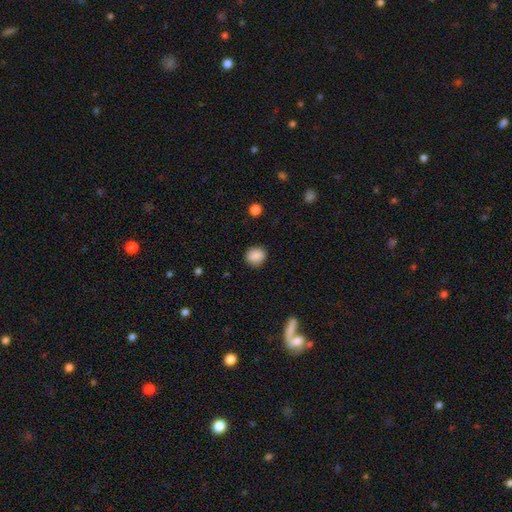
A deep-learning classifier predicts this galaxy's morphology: Smooth or featured?
  - smooth: 88% *
  - star or artifact: 8%
  - featured or disk: 4%
How rounded?
  - round: 75% *
  - in between: 24%
  - cigar-shaped: 1%
Merging?
  - none: 85% *
  - minor disturbance: 11%
  - major disturbance: 3%
  - merger: 1%